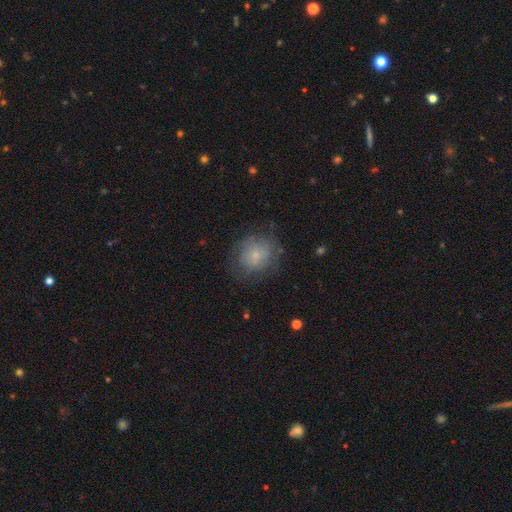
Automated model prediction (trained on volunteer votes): Overall: smooth (64%; featured or disk 25%). How rounded: round (76%). Merging: none (69%).